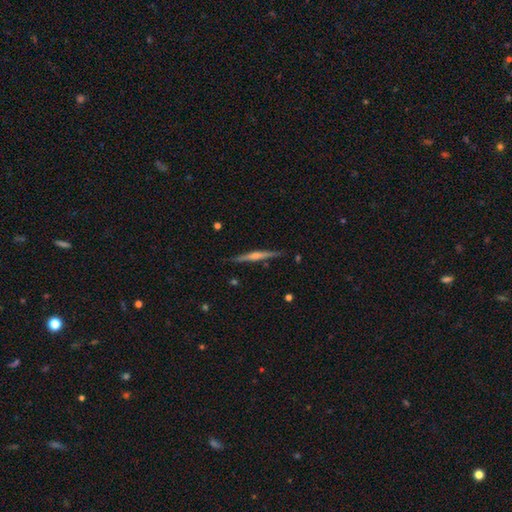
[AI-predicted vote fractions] This appears to be a featured or disk galaxy (80%) viewed edge-on (98%) with a rounded central bulge (75%). Merging: none (90%).